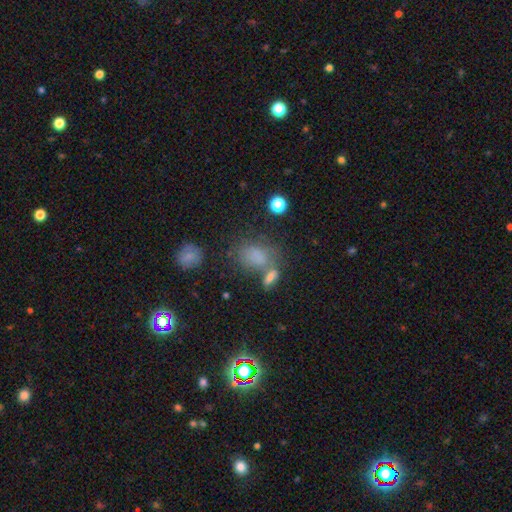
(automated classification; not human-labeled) Q: Smooth or featured?
A: smooth (72%); runner-up: star or artifact (16%)
Q: How rounded?
A: in between (71%); runner-up: round (26%)
Q: Merging?
A: none (41%); runner-up: merger (28%)